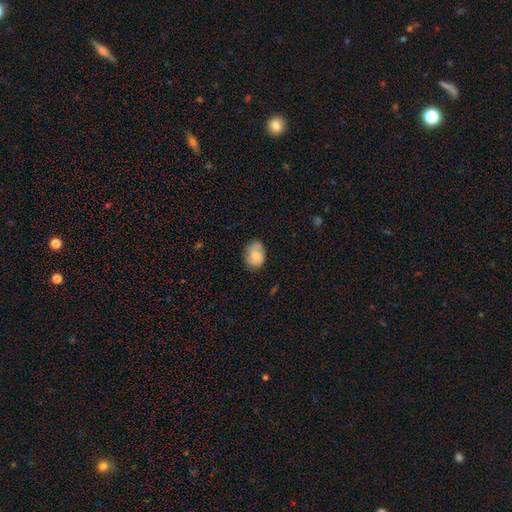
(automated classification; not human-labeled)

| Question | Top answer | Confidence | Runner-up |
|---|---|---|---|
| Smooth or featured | smooth | 71% | featured or disk (21%) |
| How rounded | in between | 64% | round (35%) |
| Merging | none | 64% | minor disturbance (26%) |